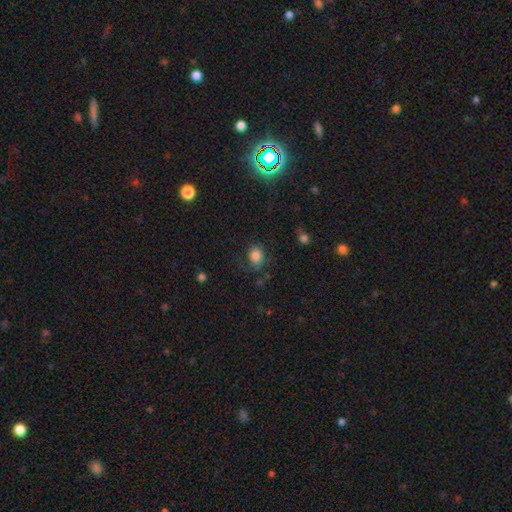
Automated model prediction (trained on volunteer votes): Overall: smooth (77%). How rounded: round (54%; in between 45%). Merging: none (63%).